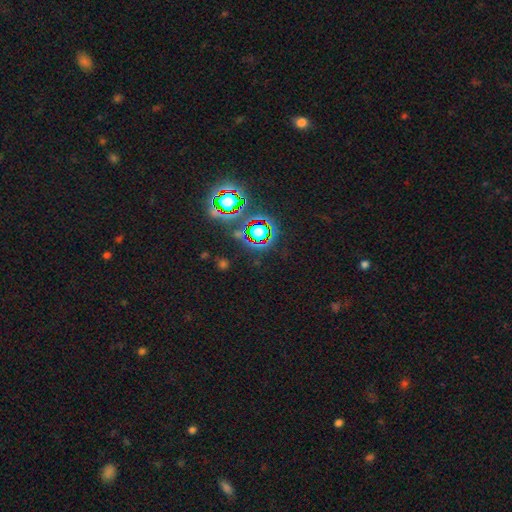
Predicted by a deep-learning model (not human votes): smooth-or-featured: star or artifact: 79% | smooth: 12% | featured or disk: 9%